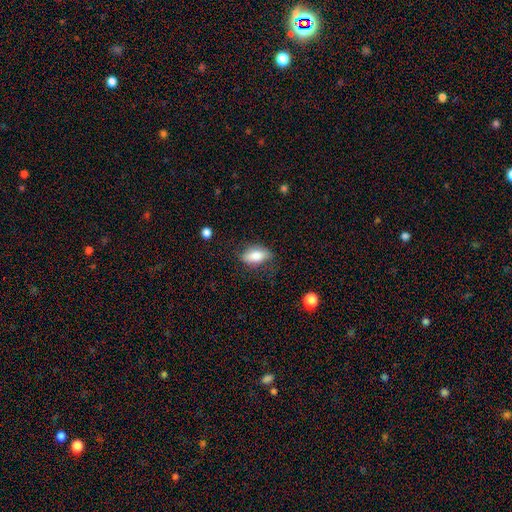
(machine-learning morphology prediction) smooth-or-featured: smooth: 79% | featured or disk: 14% | star or artifact: 7%
  how-rounded: in between: 87% | cigar-shaped: 9% | round: 5%
  merging: none: 68% | minor disturbance: 22% | major disturbance: 8% | merger: 2%